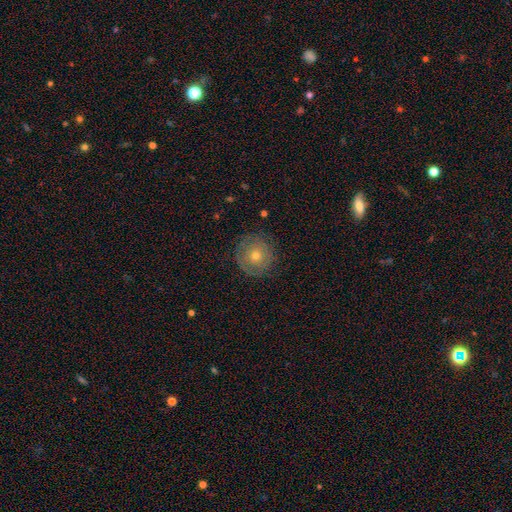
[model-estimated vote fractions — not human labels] Morphology: type=smooth (52%); roundness=round (94%); merging=none (85%).